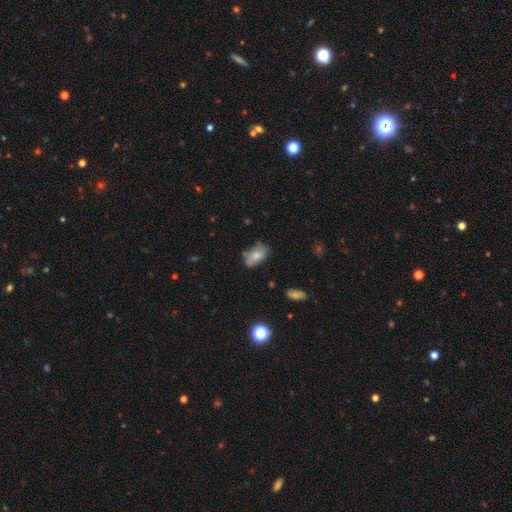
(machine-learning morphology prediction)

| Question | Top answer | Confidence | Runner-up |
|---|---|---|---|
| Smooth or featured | smooth | 70% | featured or disk (21%) |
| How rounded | in between | 89% | round (9%) |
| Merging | none | 61% | minor disturbance (28%) |